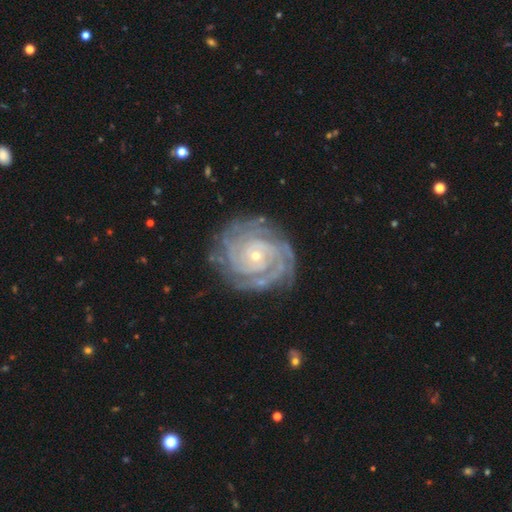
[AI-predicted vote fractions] featured or disk 92%, star or artifact 5%, smooth 3%. Down the decision tree: edge-on disk — no (98%); bar — no (75%); spiral arms — yes (98%); spiral arm count — 4 (23%); spiral winding — tight (84%); bulge size — small (78%); merging — none (80%).